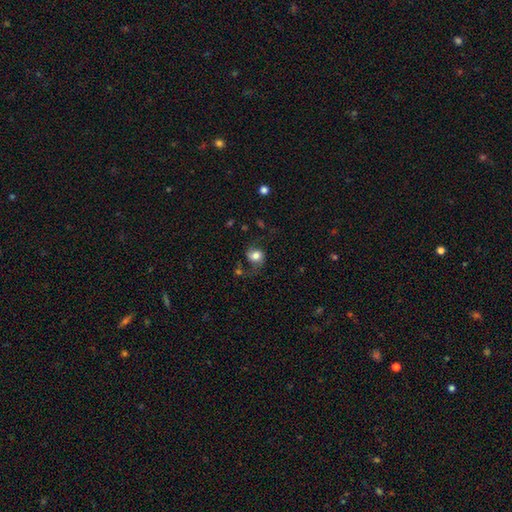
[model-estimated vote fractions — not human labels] Overall: smooth (62%; featured or disk 29%). How rounded: round (62%; in between 37%). Merging: none (53%; minor disturbance 22%).